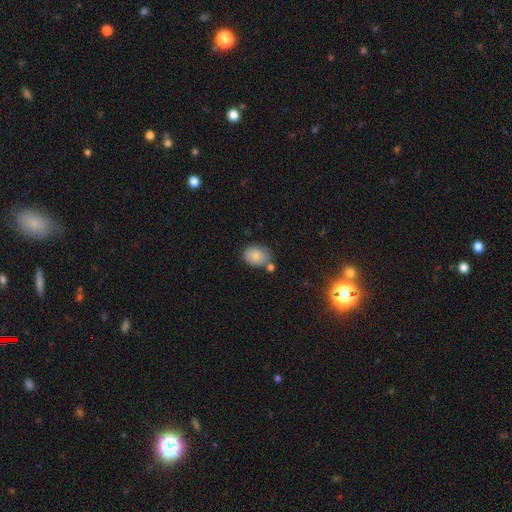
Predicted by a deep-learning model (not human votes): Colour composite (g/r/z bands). It shows a smooth galaxy with no disk features (84%) that is in between round and cigar-shaped (70%). Merging: none (65%).